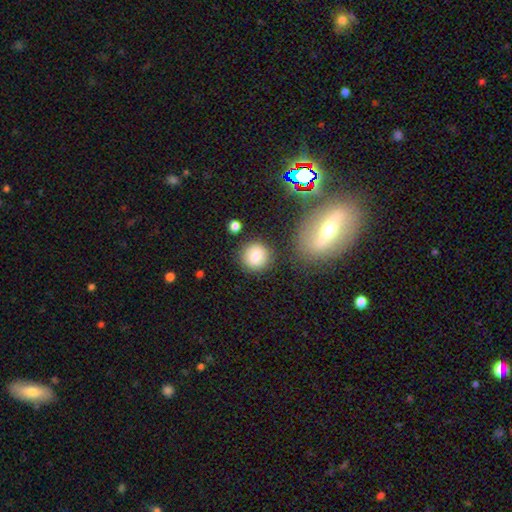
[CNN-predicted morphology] This appears to be a smooth galaxy with no disk features (83%) that is round (90%). Merging: none (83%).